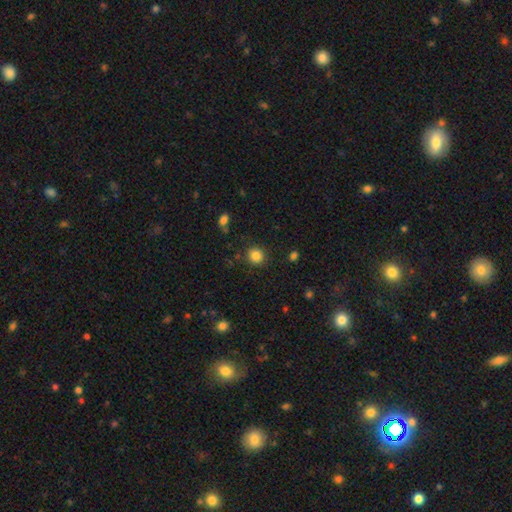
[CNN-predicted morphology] smooth 85%, star or artifact 11%, featured or disk 4%. Down the decision tree: how rounded — round (90%); merging — none (89%).